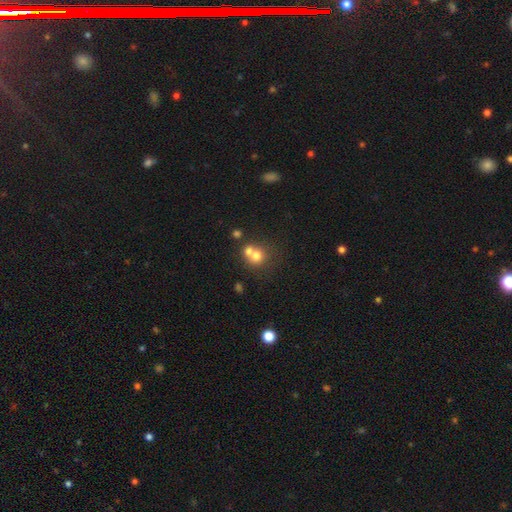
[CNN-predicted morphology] A smooth galaxy with no disk features (68%) that is round (81%).

Vote fractions:
- Smooth or featured? smooth: 68% / featured or disk: 18% / star or artifact: 14%
- How rounded? round: 81% / in between: 18% / cigar-shaped: 1%
- Merging? merger: 52% / none: 37% / minor disturbance: 7% / major disturbance: 4%